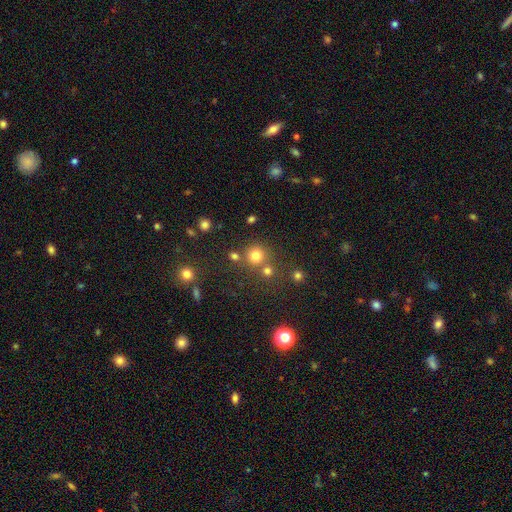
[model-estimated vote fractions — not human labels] A smooth galaxy with no disk features (76%) that is round (92%).

Vote fractions:
- Smooth or featured? smooth: 76% / star or artifact: 18% / featured or disk: 6%
- How rounded? round: 92% / in between: 7% / cigar-shaped: 1%
- Merging? none: 72% / merger: 17% / minor disturbance: 8% / major disturbance: 3%